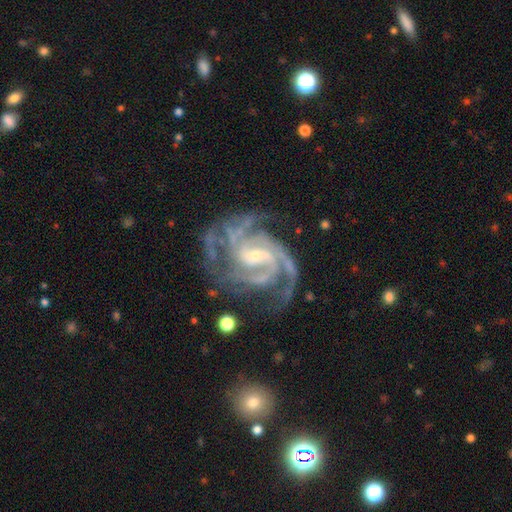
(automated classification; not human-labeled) Smooth or featured? featured or disk (93%)
Edge-on disk? no (98%)
Bar? weak (48%)
Spiral arms? yes (99%)
Spiral winding? tight (52%)
Spiral arm count? 3 (39%)
Bulge size? small (62%)
Merging? none (67%)